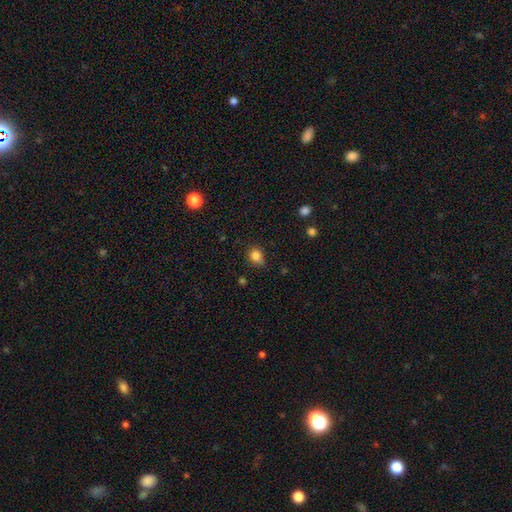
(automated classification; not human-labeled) smooth-or-featured: smooth: 83% | star or artifact: 12% | featured or disk: 5%
  how-rounded: round: 69% | in between: 30% | cigar-shaped: 1%
  merging: none: 62% | minor disturbance: 29% | major disturbance: 6% | merger: 3%